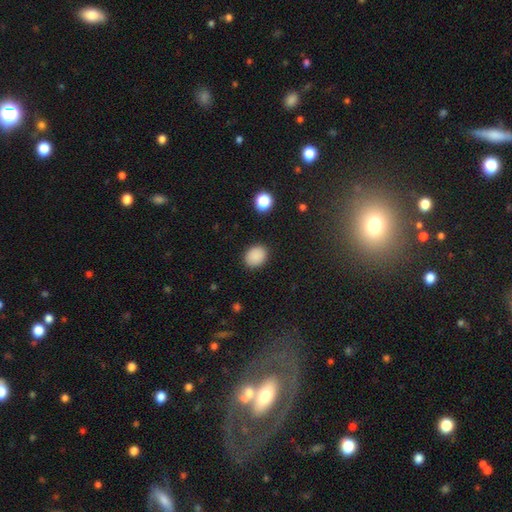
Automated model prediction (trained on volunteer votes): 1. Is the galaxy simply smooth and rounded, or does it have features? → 88% smooth, 9% star or artifact, 3% featured or disk.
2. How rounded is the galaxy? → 50% round, 49% in between, 1% cigar-shaped.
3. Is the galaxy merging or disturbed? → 89% none, 8% minor disturbance, 2% major disturbance, 1% merger.